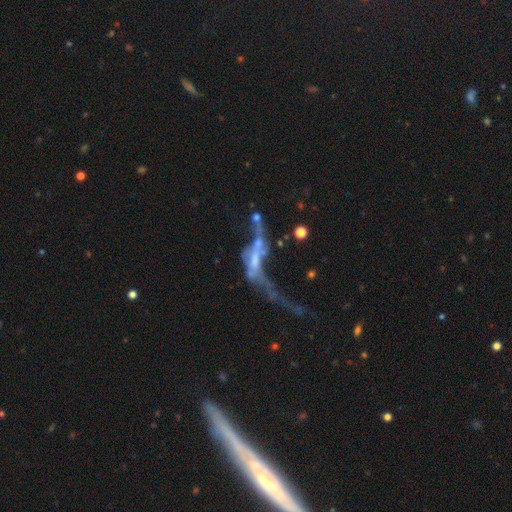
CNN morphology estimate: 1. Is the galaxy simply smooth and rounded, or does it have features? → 65% featured or disk, 17% smooth, 17% star or artifact.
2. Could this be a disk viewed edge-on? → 83% no, 17% yes.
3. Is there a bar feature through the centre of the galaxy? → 72% no, 18% weak, 10% strong.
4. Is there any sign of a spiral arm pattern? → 72% no, 28% yes.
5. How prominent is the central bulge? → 56% none, 23% small, 15% moderate, 4% large, 2% dominant.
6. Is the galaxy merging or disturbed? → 41% major disturbance, 37% merger, 14% none, 8% minor disturbance.